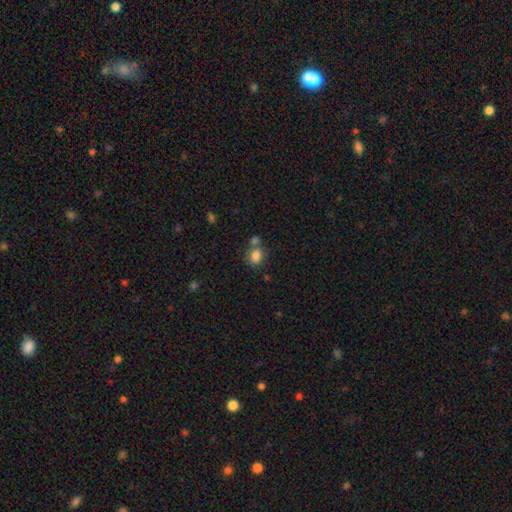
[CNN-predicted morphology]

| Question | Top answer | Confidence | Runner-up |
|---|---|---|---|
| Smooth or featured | smooth | 83% | star or artifact (11%) |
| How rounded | in between | 62% | round (36%) |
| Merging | none | 55% | merger (28%) |